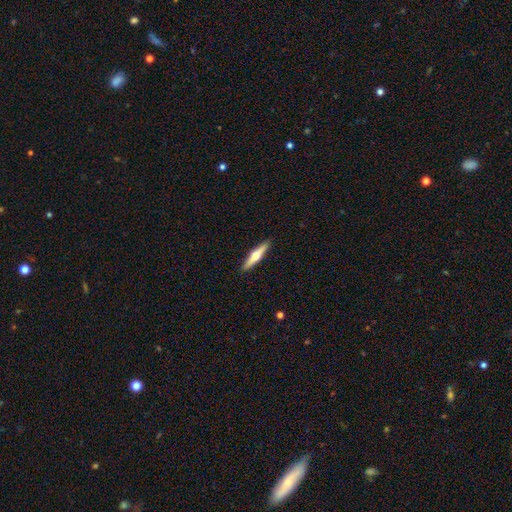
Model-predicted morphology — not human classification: Smooth or featured?
  - featured or disk: 57% *
  - smooth: 38%
  - star or artifact: 5%
Edge-on disk?
  - yes: 95% *
  - no: 5%
Edge-on bulge?
  - rounded: 94% *
  - none: 4%
  - boxy: 2%
Merging?
  - none: 91% *
  - minor disturbance: 6%
  - major disturbance: 1%
  - merger: 1%